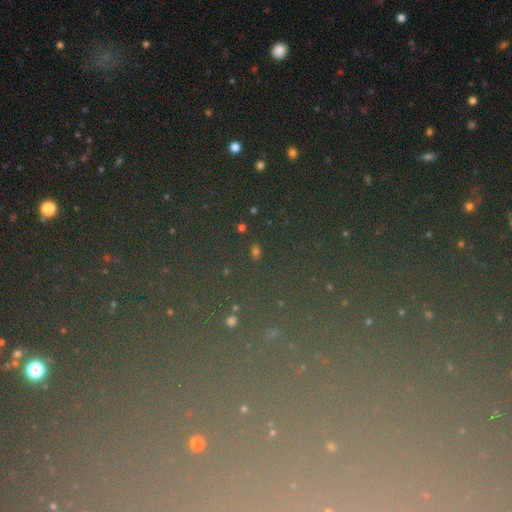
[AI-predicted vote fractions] A star or artifact, not a galaxy (74%).

Vote fractions:
- Smooth or featured? star or artifact: 74% / smooth: 16% / featured or disk: 10%